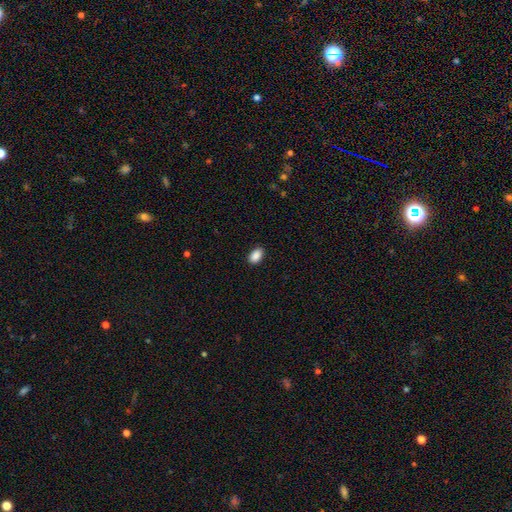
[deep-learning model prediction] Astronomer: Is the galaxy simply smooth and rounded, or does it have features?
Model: smooth — 90%.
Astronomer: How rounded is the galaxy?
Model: in between — 90%.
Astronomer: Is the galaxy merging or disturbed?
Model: none — 88%.